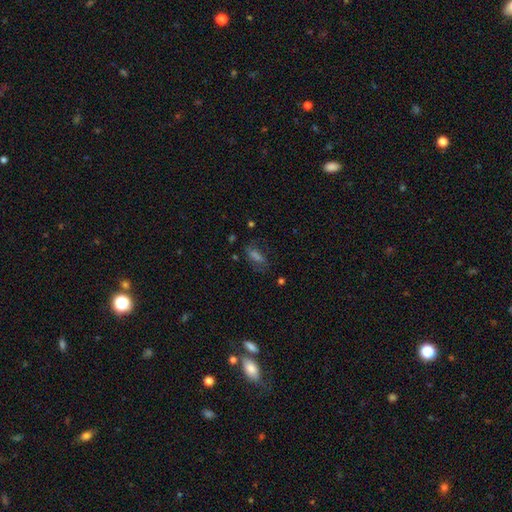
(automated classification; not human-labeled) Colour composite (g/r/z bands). It shows a smooth galaxy with no disk features (46%). Merging: none (66%).